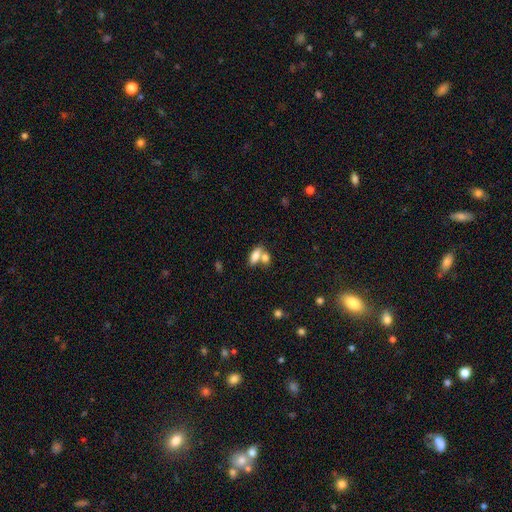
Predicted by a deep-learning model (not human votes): A smooth galaxy with no disk features (78%) that is in between round and cigar-shaped (81%). Merging: merger (49%).